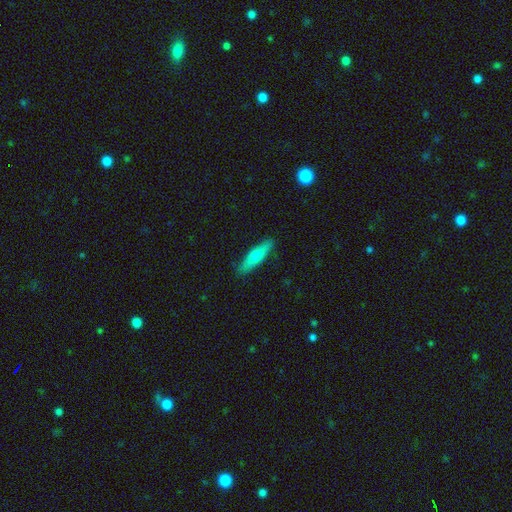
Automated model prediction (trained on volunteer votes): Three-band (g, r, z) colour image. It shows a smooth galaxy with no disk features (65%) that is cigar-shaped (77%). Merging: none (88%).